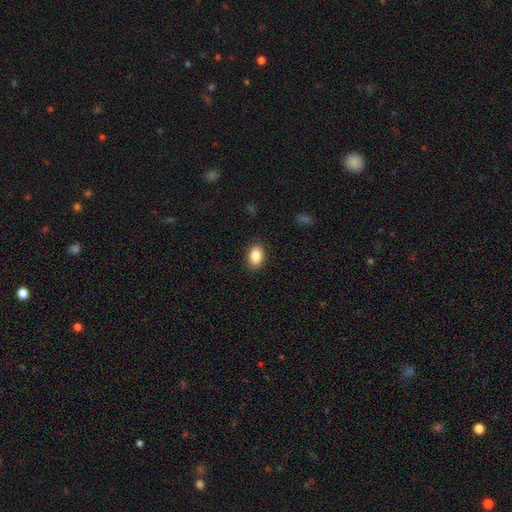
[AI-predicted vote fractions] smooth-or-featured: smooth: 87% | star or artifact: 8% | featured or disk: 5%
  how-rounded: in between: 87% | round: 12% | cigar-shaped: 1%
  merging: none: 88% | minor disturbance: 9% | major disturbance: 2% | merger: 1%